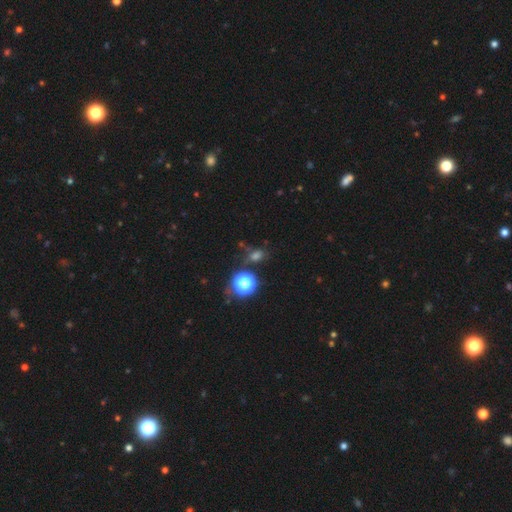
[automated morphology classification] type=smooth (55%); roundness=round (52%); merging=none (69%).